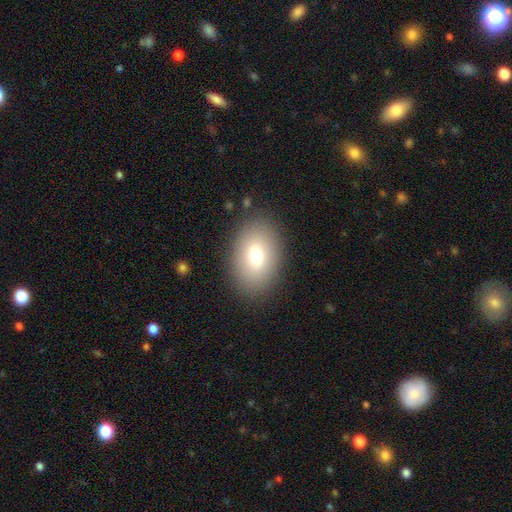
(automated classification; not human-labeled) Smooth or featured?
  - smooth: 76% *
  - featured or disk: 15%
  - star or artifact: 9%
How rounded?
  - in between: 88% *
  - round: 11%
  - cigar-shaped: 1%
Merging?
  - none: 87% *
  - minor disturbance: 9%
  - major disturbance: 3%
  - merger: 1%